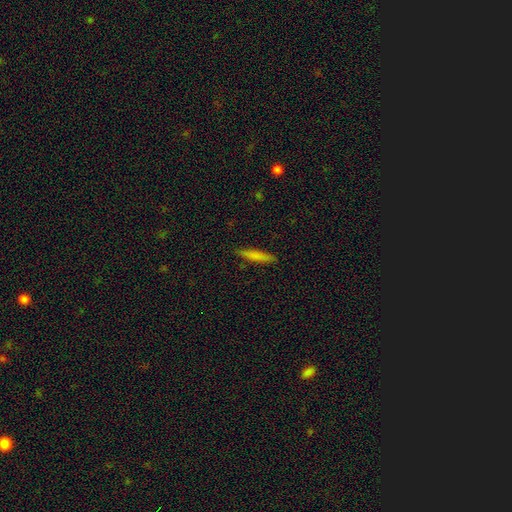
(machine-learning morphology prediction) smooth_or_featured: smooth (p=0.77) [alt: featured or disk p=0.16]
how_rounded: cigar-shaped (p=0.89) [alt: in between p=0.09]
merging: none (p=0.88) [alt: minor disturbance p=0.09]